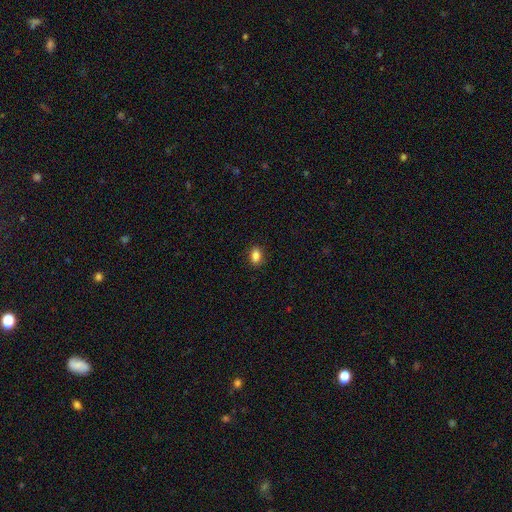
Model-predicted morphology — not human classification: This is clearly a smooth galaxy (86%). How rounded: clearly in between (80%). Merging: clearly none (88%).